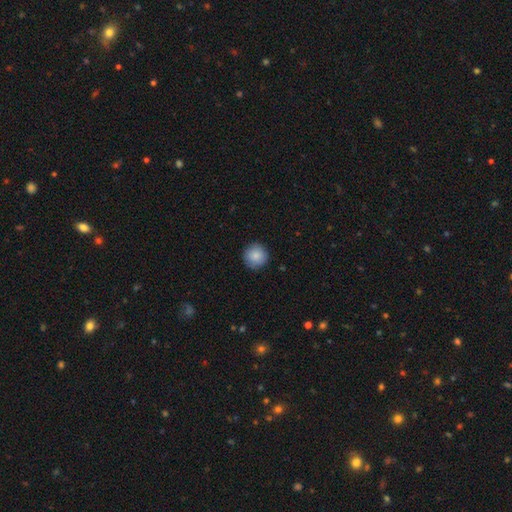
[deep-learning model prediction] Smooth or featured?
  - smooth: 88% *
  - star or artifact: 8%
  - featured or disk: 5%
How rounded?
  - round: 95% *
  - in between: 4%
  - cigar-shaped: 1%
Merging?
  - none: 90% *
  - minor disturbance: 7%
  - major disturbance: 2%
  - merger: 1%